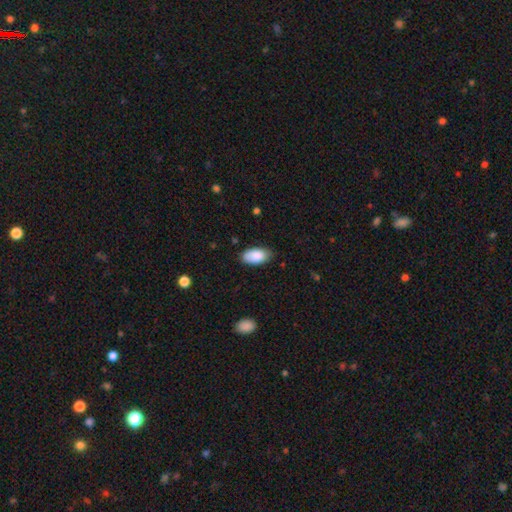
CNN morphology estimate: Smooth or featured? smooth (87%)
How rounded? in between (95%)
Merging? none (76%)